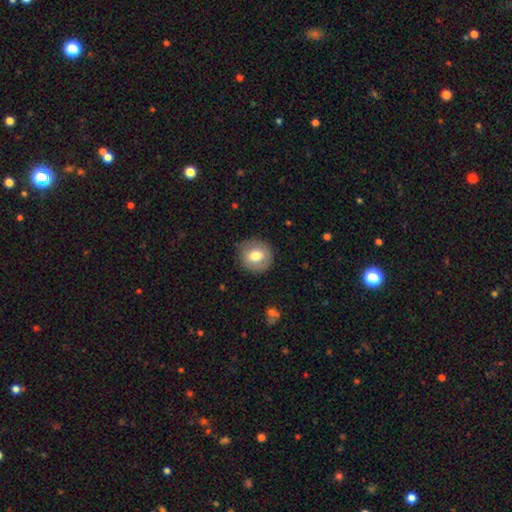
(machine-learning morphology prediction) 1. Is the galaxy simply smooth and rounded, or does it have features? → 73% smooth, 19% featured or disk, 8% star or artifact.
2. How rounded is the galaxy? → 90% round, 9% in between, 1% cigar-shaped.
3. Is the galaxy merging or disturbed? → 87% none, 9% minor disturbance, 3% major disturbance, 1% merger.